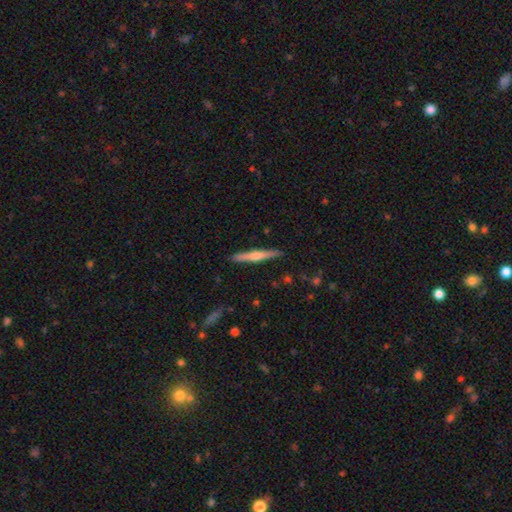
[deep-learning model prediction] Overall: featured or disk (55%; smooth 39%). Edge-on disk: yes (98%). Edge-on bulge: rounded (74%). Merging: none (90%).